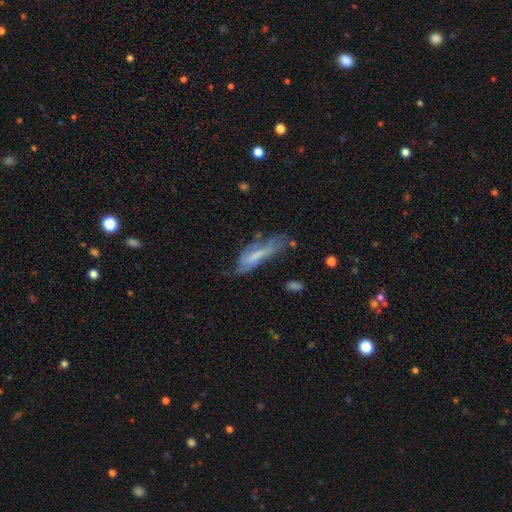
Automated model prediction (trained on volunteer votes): The model was most divided on "smooth or featured": featured or disk: 47%, smooth: 45%, star or artifact: 8%. Remaining: merging — none (44%).